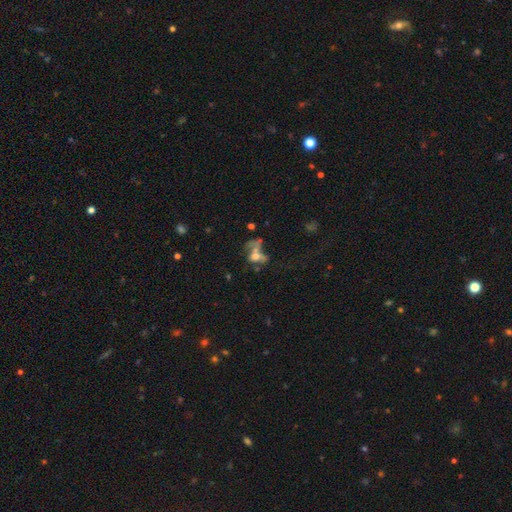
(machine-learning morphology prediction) This appears to be a smooth galaxy with no disk features (42%). Merging: merger (42%).